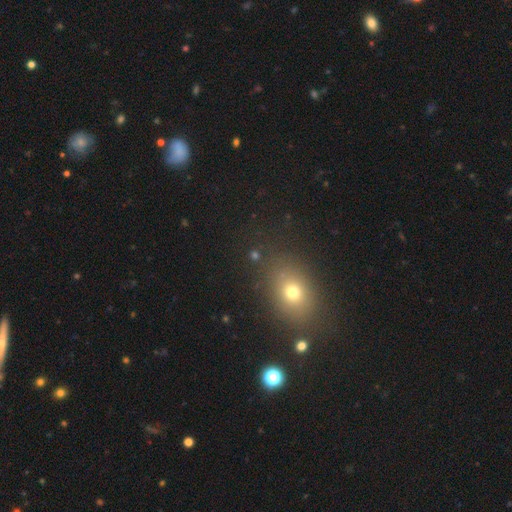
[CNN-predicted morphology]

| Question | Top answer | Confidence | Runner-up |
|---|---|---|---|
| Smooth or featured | smooth | 59% | star or artifact (29%) |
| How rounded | in between | 51% | round (46%) |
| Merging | none | 80% | minor disturbance (11%) |